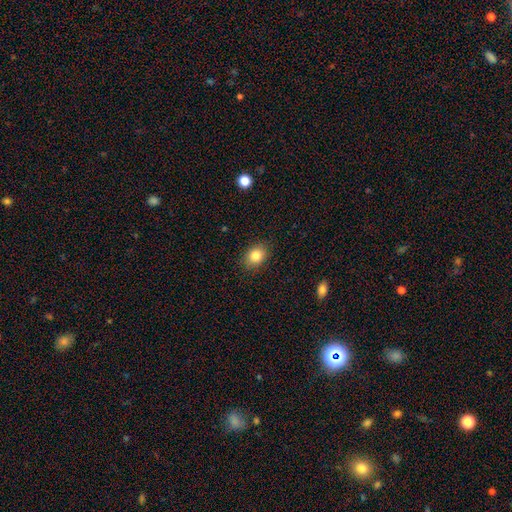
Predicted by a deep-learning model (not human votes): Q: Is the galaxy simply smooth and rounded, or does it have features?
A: smooth — 84%.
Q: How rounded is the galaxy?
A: in between — 59%.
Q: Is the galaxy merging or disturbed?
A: none — 87%.